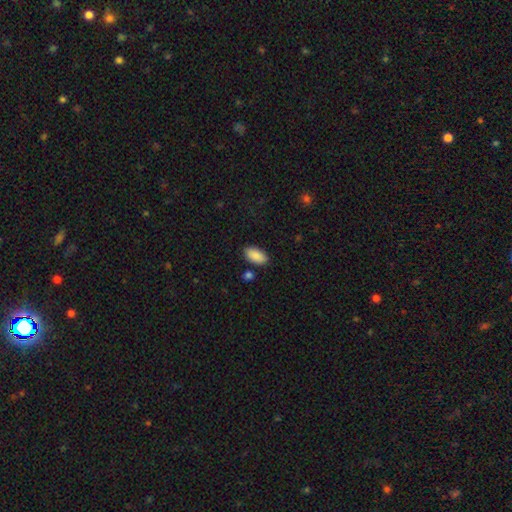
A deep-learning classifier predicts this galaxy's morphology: Smooth or featured?
  - smooth: 90% *
  - star or artifact: 6%
  - featured or disk: 4%
How rounded?
  - in between: 95% *
  - cigar-shaped: 3%
  - round: 3%
Merging?
  - none: 85% *
  - minor disturbance: 10%
  - merger: 3%
  - major disturbance: 2%